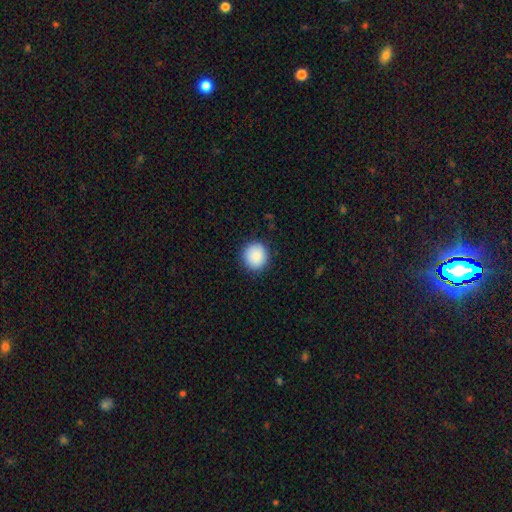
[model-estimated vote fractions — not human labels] Smooth or featured? Predicted: smooth (p=0.89). How rounded? Predicted: round (p=0.90). Merging? Predicted: none (p=0.90).